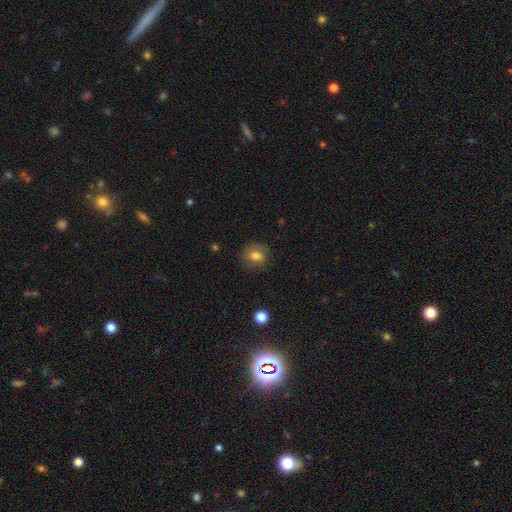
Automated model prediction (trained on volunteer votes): smooth-or-featured: smooth: 72% | featured or disk: 18% | star or artifact: 10%
  how-rounded: round: 58% | in between: 40% | cigar-shaped: 1%
  merging: none: 76% | minor disturbance: 16% | major disturbance: 6% | merger: 1%